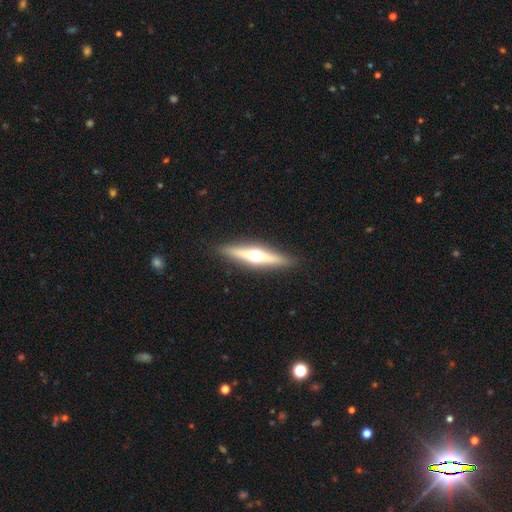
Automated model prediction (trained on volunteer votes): Overall: featured or disk (63%; smooth 32%). Edge-on disk: yes (95%). Edge-on bulge: rounded (94%). Merging: none (90%).